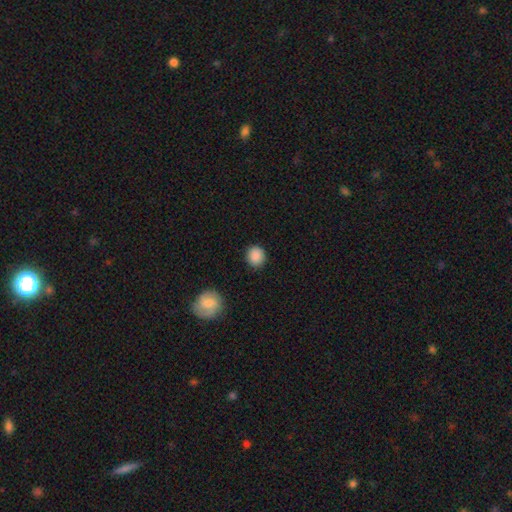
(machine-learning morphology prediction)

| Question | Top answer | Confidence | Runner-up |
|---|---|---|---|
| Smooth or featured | smooth | 88% | star or artifact (9%) |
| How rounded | round | 86% | in between (13%) |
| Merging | none | 89% | minor disturbance (8%) |